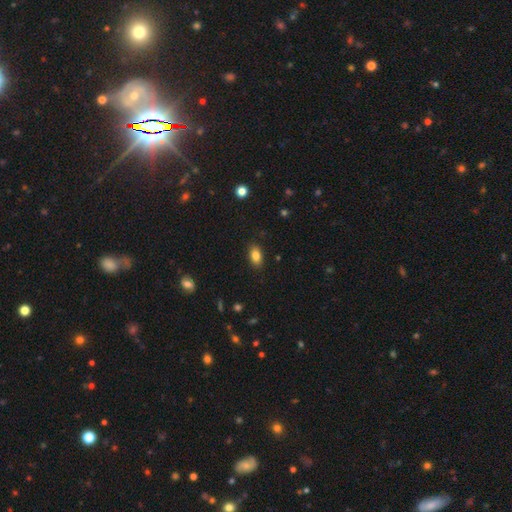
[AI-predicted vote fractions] smooth_or_featured: smooth (p=0.84) [alt: star or artifact p=0.09]
how_rounded: in between (p=0.89) [alt: round p=0.08]
merging: none (p=0.87) [alt: minor disturbance p=0.09]